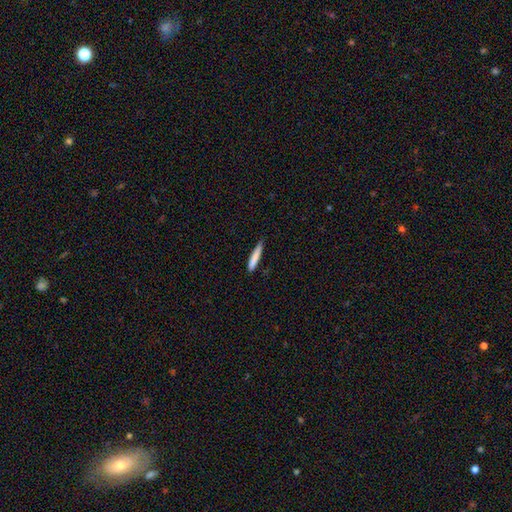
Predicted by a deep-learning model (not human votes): A smooth galaxy with no disk features (82%) that is cigar-shaped (93%). Merging: none (84%).